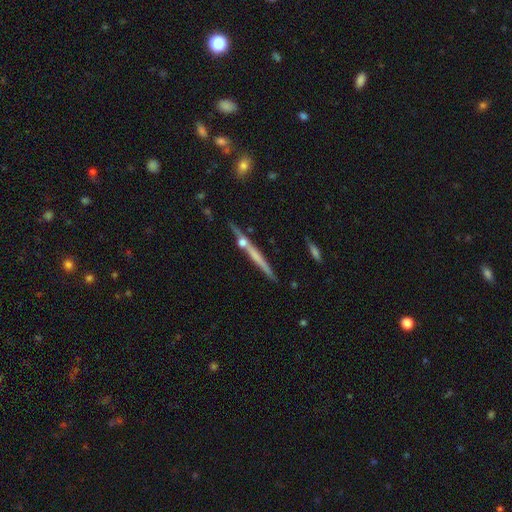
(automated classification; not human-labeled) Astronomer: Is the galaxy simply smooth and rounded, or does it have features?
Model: featured or disk — 61%.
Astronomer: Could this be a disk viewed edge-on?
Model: yes — 96%.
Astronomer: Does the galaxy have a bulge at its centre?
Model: none — 60%.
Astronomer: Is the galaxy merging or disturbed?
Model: none — 77%.